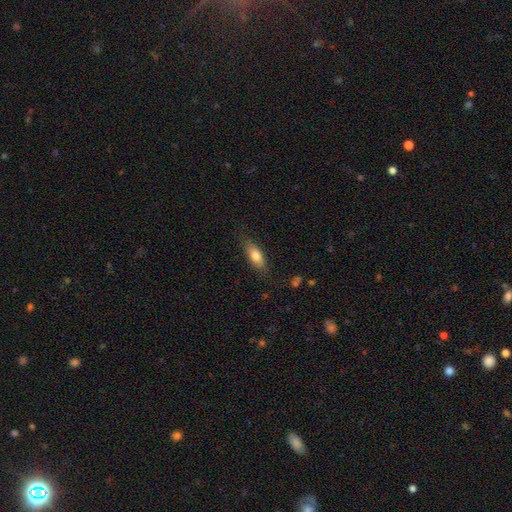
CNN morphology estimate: smooth-or-featured: smooth: 77% | featured or disk: 16% | star or artifact: 7%
  how-rounded: in between: 73% | cigar-shaped: 24% | round: 3%
  merging: none: 79% | minor disturbance: 15% | major disturbance: 4% | merger: 1%